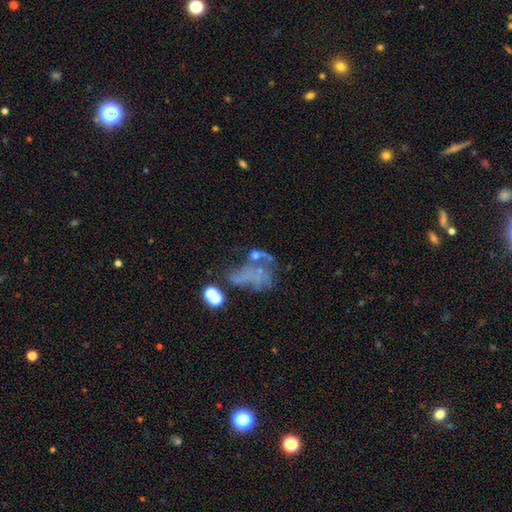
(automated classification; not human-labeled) featured or disk 51%, smooth 26%, star or artifact 23%. Down the decision tree: edge-on disk — no (97%); merging — major disturbance (39%).